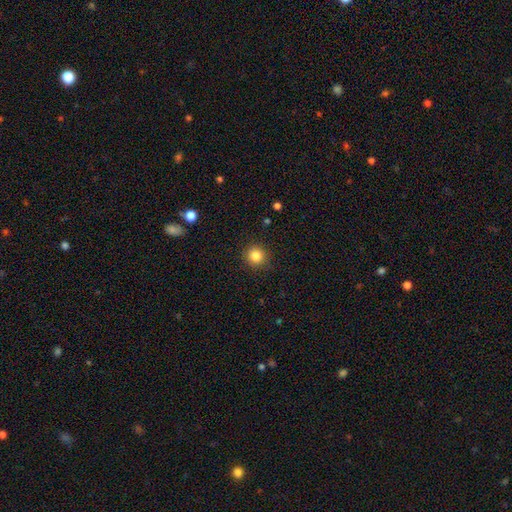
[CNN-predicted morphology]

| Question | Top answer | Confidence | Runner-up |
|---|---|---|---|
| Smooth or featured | smooth | 85% | star or artifact (11%) |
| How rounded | round | 93% | in between (6%) |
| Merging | none | 90% | minor disturbance (7%) |